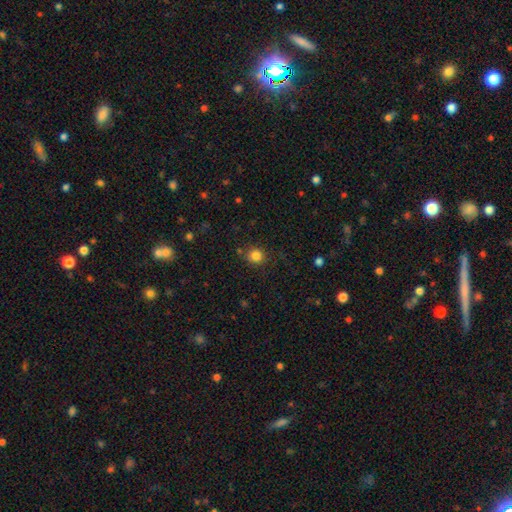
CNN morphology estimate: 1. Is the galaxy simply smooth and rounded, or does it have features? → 83% smooth, 12% star or artifact, 5% featured or disk.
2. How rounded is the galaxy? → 88% round, 11% in between, 1% cigar-shaped.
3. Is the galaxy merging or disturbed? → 83% none, 10% minor disturbance, 4% merger, 3% major disturbance.